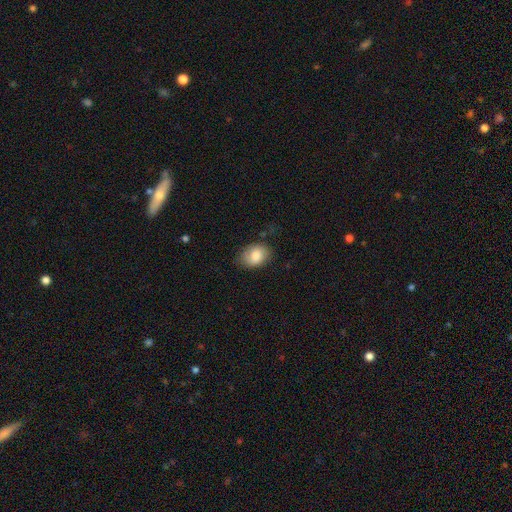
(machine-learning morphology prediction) Smooth or featured: smooth — 82% (featured or disk — 11%)
How rounded: in between — 77% (round — 22%)
Merging: none — 70% (minor disturbance — 23%)